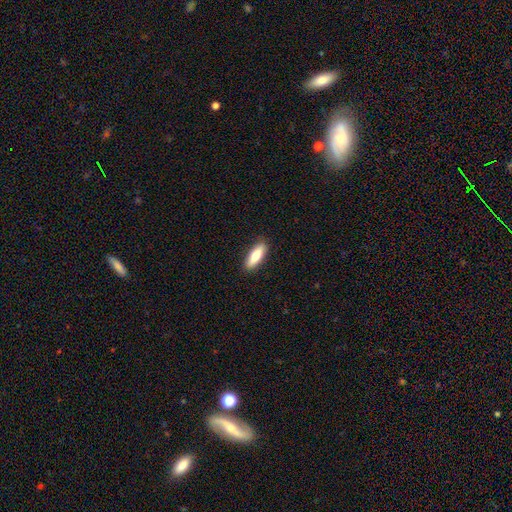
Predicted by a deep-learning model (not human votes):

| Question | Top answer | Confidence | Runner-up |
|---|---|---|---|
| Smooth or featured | smooth | 76% | featured or disk (18%) |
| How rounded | in between | 54% | cigar-shaped (44%) |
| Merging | none | 90% | minor disturbance (8%) |